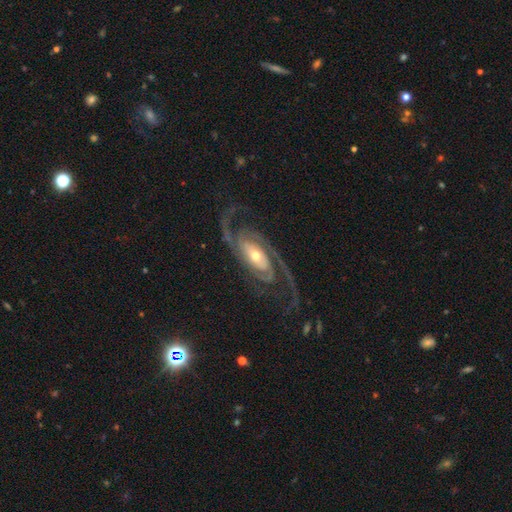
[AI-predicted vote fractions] A featured or disk galaxy (92%) with no bar (49%), 2 (80%) medium (50%) spiral arms (98%) and a moderate central bulge (56%). Merging: none (72%).